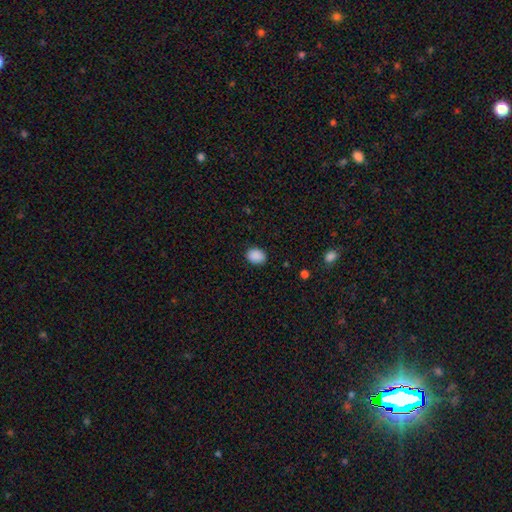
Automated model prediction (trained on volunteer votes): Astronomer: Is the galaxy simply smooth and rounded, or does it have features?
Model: smooth — 89%.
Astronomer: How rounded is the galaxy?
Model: in between — 64%.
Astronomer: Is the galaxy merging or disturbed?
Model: none — 88%.